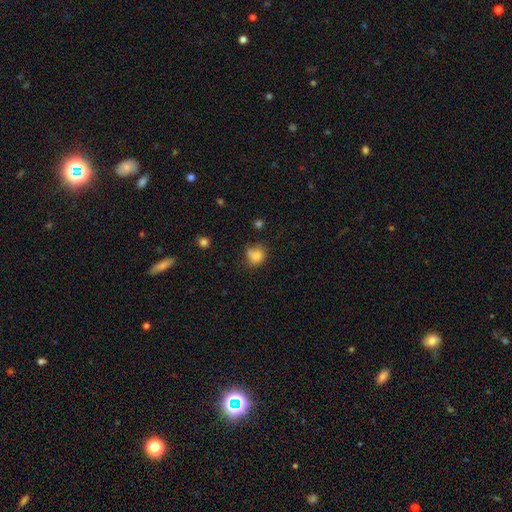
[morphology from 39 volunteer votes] A smooth galaxy with no disk features (92%) that is round (67%). Merging: none (66%).